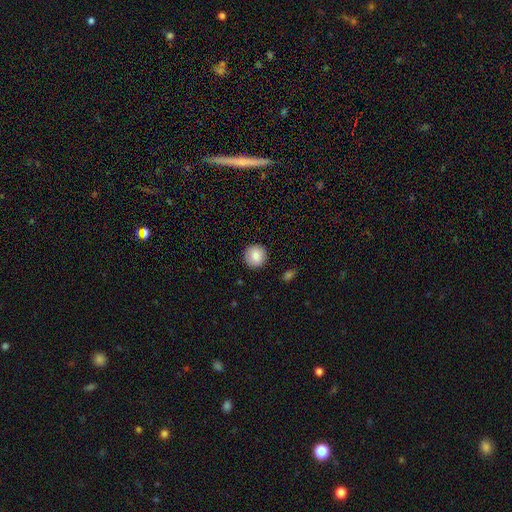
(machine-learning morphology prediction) A smooth galaxy with no disk features (87%) that is round (95%).

Vote fractions:
- Smooth or featured? smooth: 87% / star or artifact: 8% / featured or disk: 6%
- How rounded? round: 95% / in between: 4% / cigar-shaped: 1%
- Merging? none: 92% / minor disturbance: 6% / major disturbance: 2% / merger: 1%